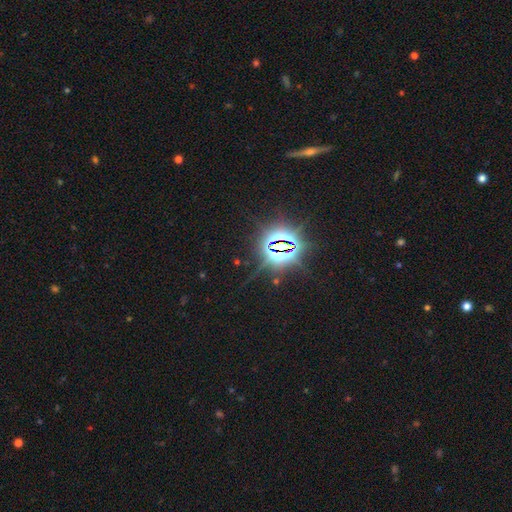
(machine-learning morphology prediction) This appears to be a star or artifact, not a galaxy (86%).